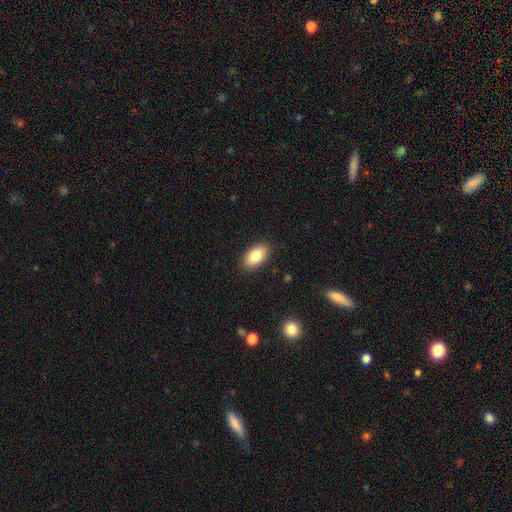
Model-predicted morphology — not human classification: A smooth galaxy with no disk features (84%) that is in between round and cigar-shaped (93%). Merging: none (89%).